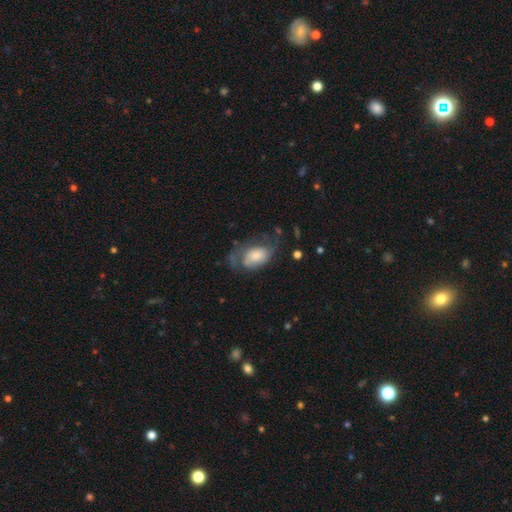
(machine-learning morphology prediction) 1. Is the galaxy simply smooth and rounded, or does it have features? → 51% featured or disk, 42% smooth, 7% star or artifact.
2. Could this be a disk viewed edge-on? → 96% no, 4% yes.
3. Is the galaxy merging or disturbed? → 39% none, 33% major disturbance, 26% minor disturbance, 2% merger.